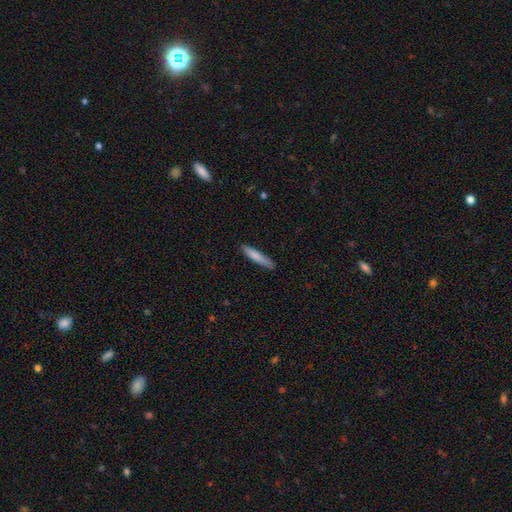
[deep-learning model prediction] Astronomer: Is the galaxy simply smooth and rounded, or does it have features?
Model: smooth — 78%.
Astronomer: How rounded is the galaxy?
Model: cigar-shaped — 90%.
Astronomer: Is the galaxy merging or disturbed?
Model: none — 87%.